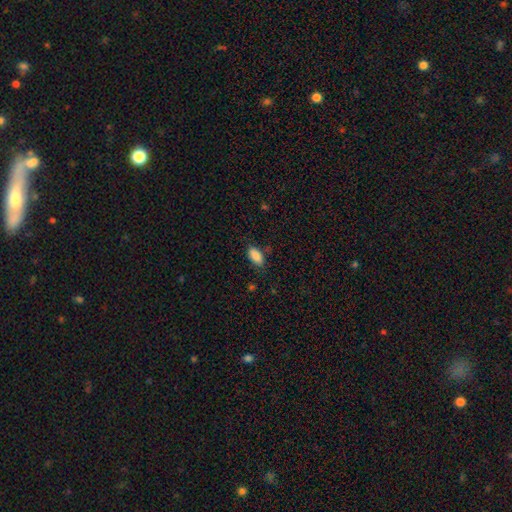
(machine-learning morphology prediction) This appears to be a smooth galaxy with no disk features (88%) that is in between round and cigar-shaped (92%). Merging: none (81%).